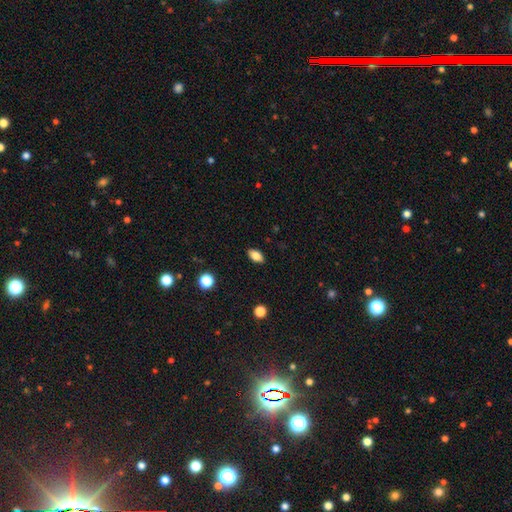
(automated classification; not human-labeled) Q: Smooth or featured?
A: smooth (82%); runner-up: featured or disk (10%)
Q: How rounded?
A: in between (89%); runner-up: round (7%)
Q: Merging?
A: none (88%); runner-up: minor disturbance (9%)